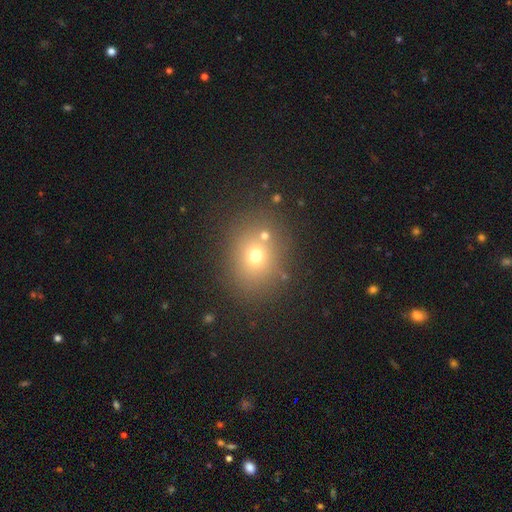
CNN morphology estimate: smooth 66%, star or artifact 20%, featured or disk 14%. Down the decision tree: how rounded — round (62%); merging — none (74%).